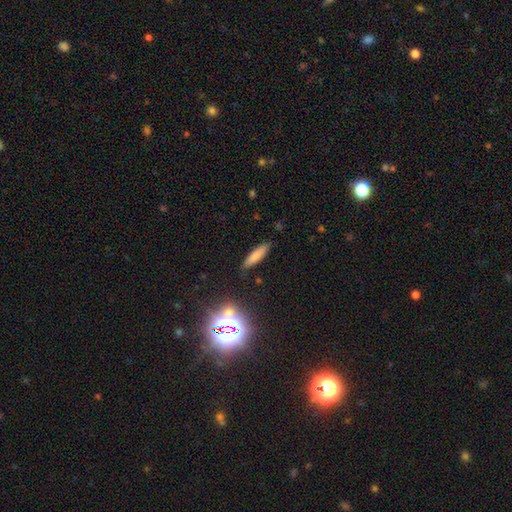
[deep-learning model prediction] Overall: smooth (75%). How rounded: cigar-shaped (71%). Merging: none (84%).